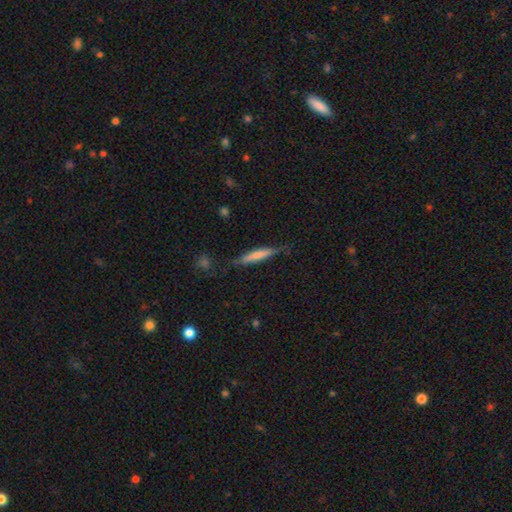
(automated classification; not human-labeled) smooth 54%, featured or disk 40%, star or artifact 7%. Down the decision tree: how rounded — cigar-shaped (92%); merging — none (79%).